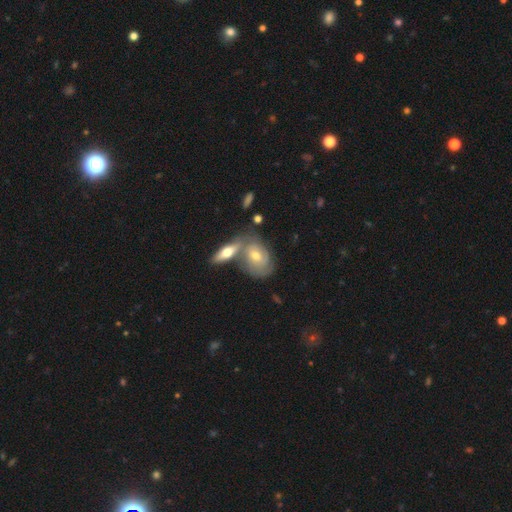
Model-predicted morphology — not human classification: This is possibly a featured or disk galaxy (53%). It is clearly not viewed edge-on (84%). Merging: marginally none (41%).